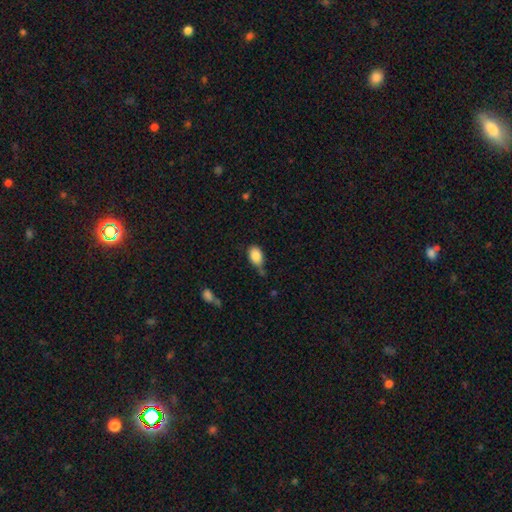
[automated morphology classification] Smooth or featured? Predicted: smooth (p=0.86). How rounded? Predicted: in between (p=0.84). Merging? Predicted: none (p=0.50).